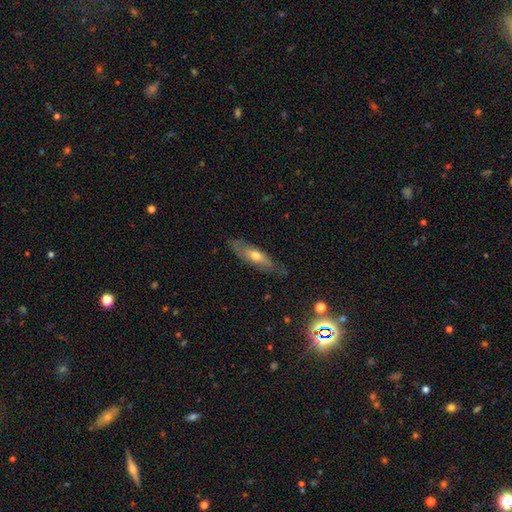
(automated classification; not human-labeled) A smooth galaxy with no disk features (51%) that is in between round and cigar-shaped (51%).

Vote fractions:
- Smooth or featured? smooth: 51% / featured or disk: 43% / star or artifact: 6%
- How rounded? in between: 51% / cigar-shaped: 47% / round: 2%
- Merging? none: 73% / minor disturbance: 21% / major disturbance: 5% / merger: 1%